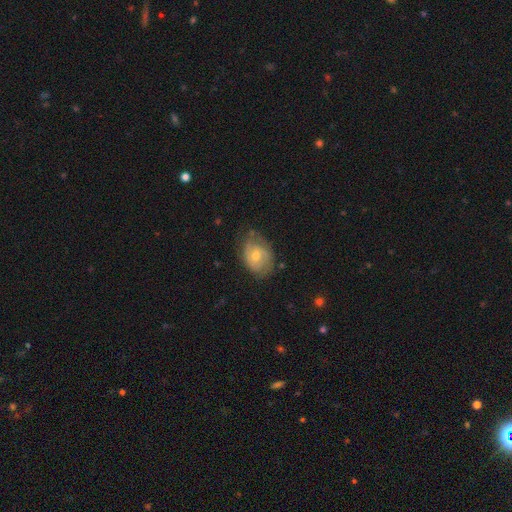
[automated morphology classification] Smooth or featured?
  - featured or disk: 63% *
  - smooth: 31%
  - star or artifact: 7%
Edge-on disk?
  - no: 96% *
  - yes: 4%
Bar?
  - no: 68% *
  - weak: 27%
  - strong: 5%
Spiral arms?
  - yes: 77% *
  - no: 23%
Bulge size?
  - moderate: 65% *
  - small: 30%
  - large: 3%
  - none: 1%
  - dominant: 1%
Merging?
  - none: 61% *
  - minor disturbance: 28%
  - major disturbance: 10%
  - merger: 2%